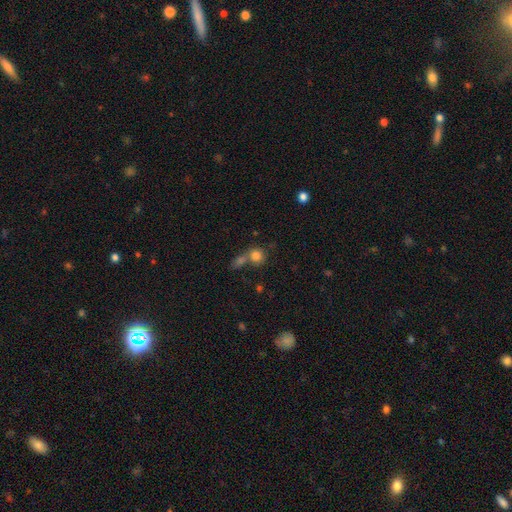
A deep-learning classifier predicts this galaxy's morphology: A smooth galaxy with no disk features (80%) that is round (84%).

Vote fractions:
- Smooth or featured? smooth: 80% / star or artifact: 11% / featured or disk: 8%
- How rounded? round: 84% / in between: 15% / cigar-shaped: 1%
- Merging? none: 46% / merger: 40% / minor disturbance: 9% / major disturbance: 5%